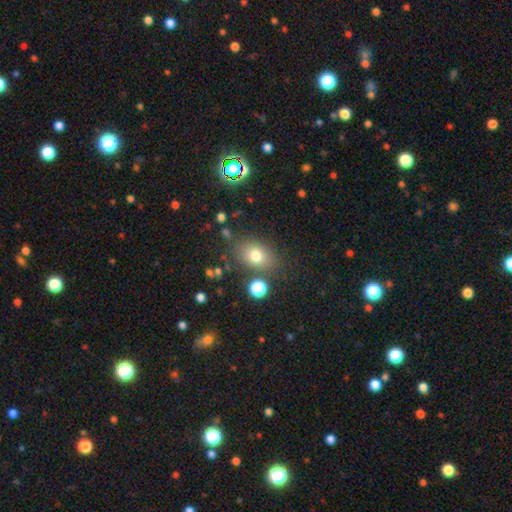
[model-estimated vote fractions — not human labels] Smooth or featured? smooth (75%)
How rounded? in between (66%)
Merging? none (77%)